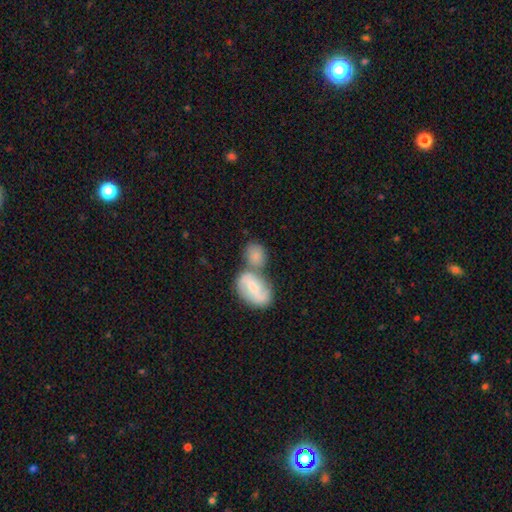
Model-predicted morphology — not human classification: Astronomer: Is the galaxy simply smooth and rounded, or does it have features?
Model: smooth — 69%.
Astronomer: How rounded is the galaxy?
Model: in between — 57% (runner-up: round, 41%).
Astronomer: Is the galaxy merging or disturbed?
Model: merger — 51% (runner-up: none, 34%).